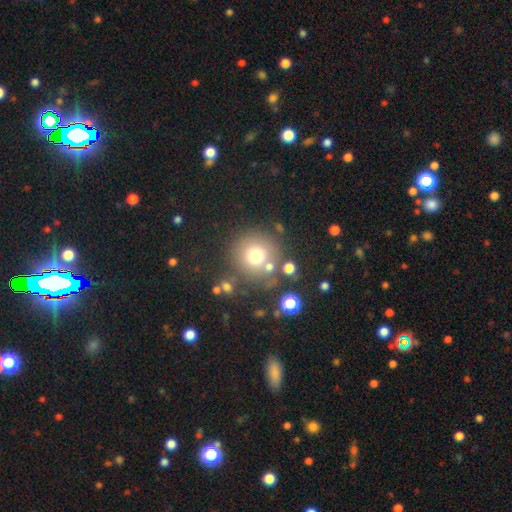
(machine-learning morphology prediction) Smooth or featured: smooth — 71% (star or artifact — 16%)
How rounded: round — 94% (in between — 5%)
Merging: none — 74% (minor disturbance — 11%)